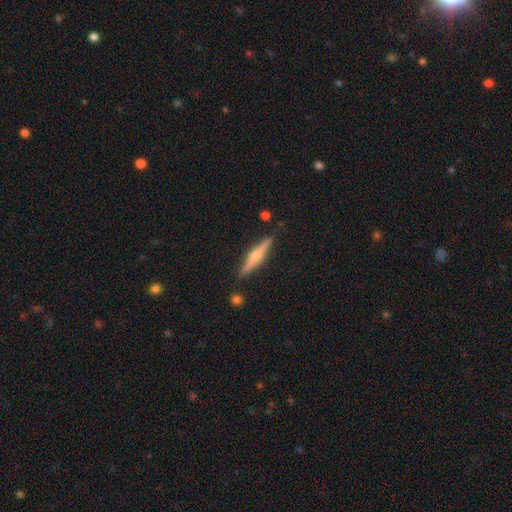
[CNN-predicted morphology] smooth_or_featured: featured or disk (p=0.61) [alt: smooth p=0.33]
disk_edge_on: yes (p=0.97) [alt: no p=0.03]
edge_on_bulge: rounded (p=0.80) [alt: none p=0.10]
merging: none (p=0.88) [alt: minor disturbance p=0.08]